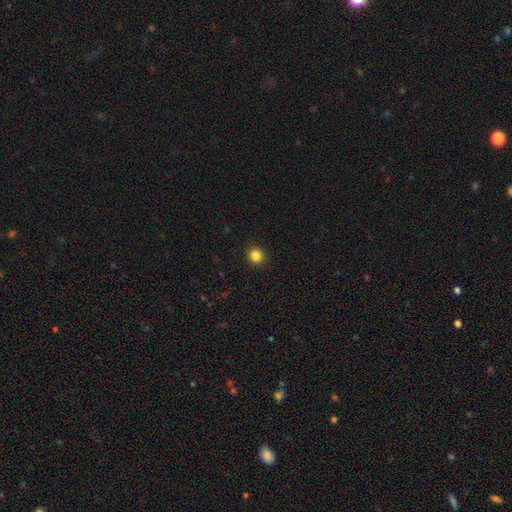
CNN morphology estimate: Overall: smooth (85%). How rounded: round (84%). Merging: none (91%).